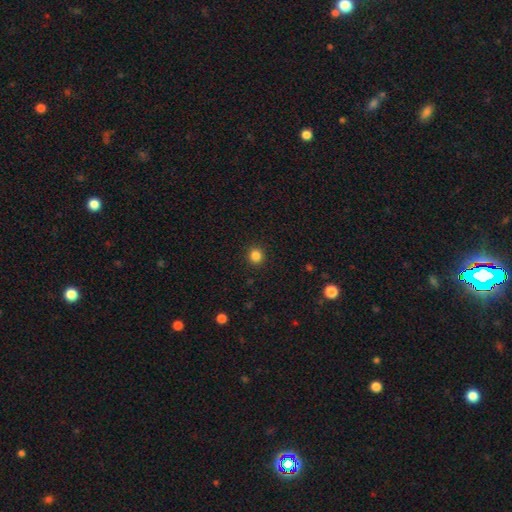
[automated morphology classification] A smooth galaxy with no disk features (85%) that is round (90%).

Vote fractions:
- Smooth or featured? smooth: 85% / star or artifact: 12% / featured or disk: 3%
- How rounded? round: 90% / in between: 9% / cigar-shaped: 1%
- Merging? none: 92% / minor disturbance: 5% / major disturbance: 2% / merger: 1%